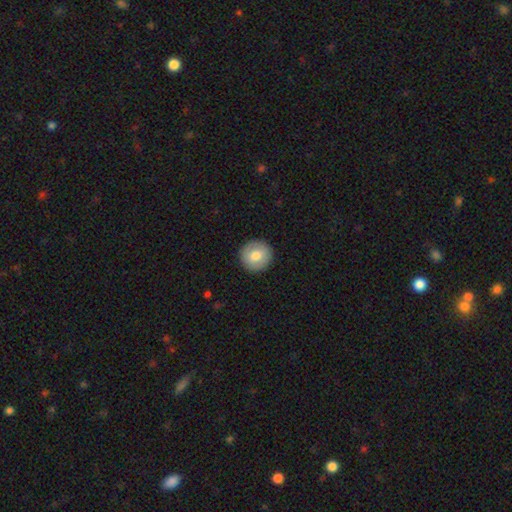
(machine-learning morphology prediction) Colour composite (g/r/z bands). It shows a smooth galaxy with no disk features (78%) that is round (94%). Merging: none (92%).